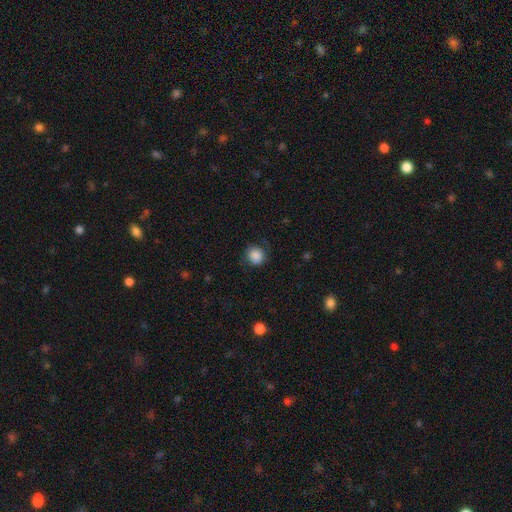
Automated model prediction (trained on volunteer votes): Morphology: type=smooth (86%); roundness=round (87%); merging=none (80%).